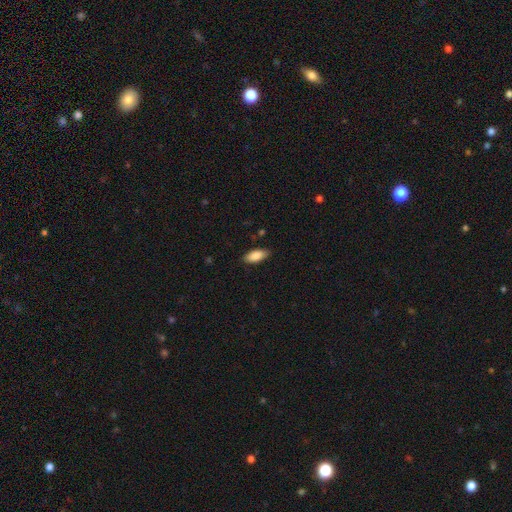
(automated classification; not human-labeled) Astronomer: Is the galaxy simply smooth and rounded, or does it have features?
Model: smooth — 87%.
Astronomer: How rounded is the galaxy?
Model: in between — 87%.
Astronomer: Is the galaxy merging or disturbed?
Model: none — 86%.